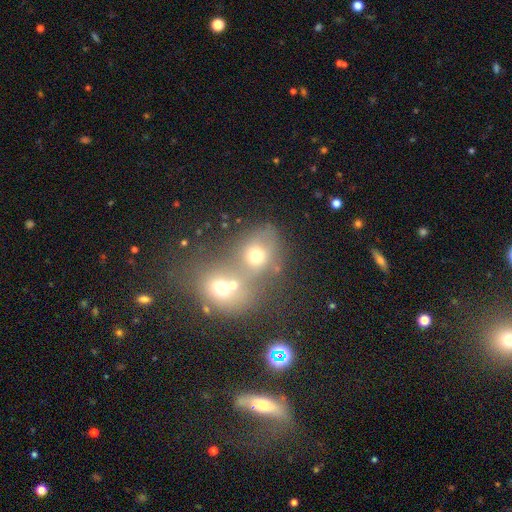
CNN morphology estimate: This is likely a smooth galaxy (64%). How rounded: likely round (66%). Merging: likely merger (65%).